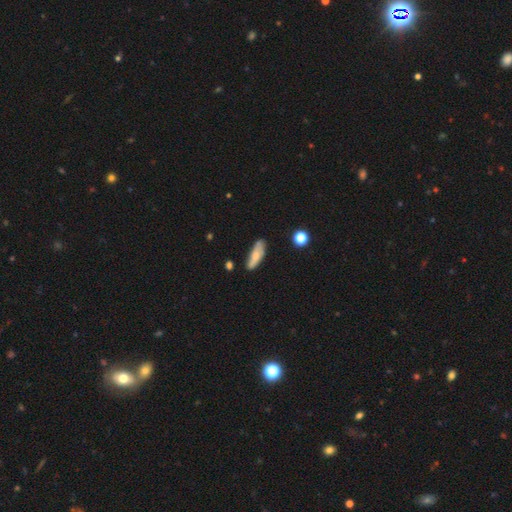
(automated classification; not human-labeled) This is likely a smooth galaxy (70%). How rounded: possibly in between (49%, tied with cigar-shaped). Merging: likely none (69%).